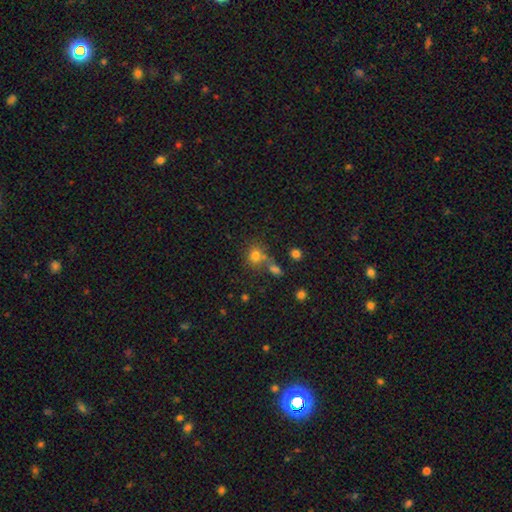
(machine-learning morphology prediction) This is likely a smooth galaxy (75%). How rounded: likely round (75%). Merging: possibly none (56%).